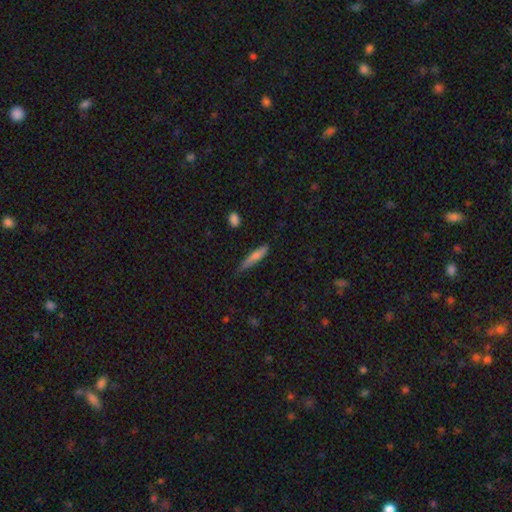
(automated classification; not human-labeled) smooth 71%, featured or disk 21%, star or artifact 7%. Down the decision tree: how rounded — cigar-shaped (87%); merging — none (66%).